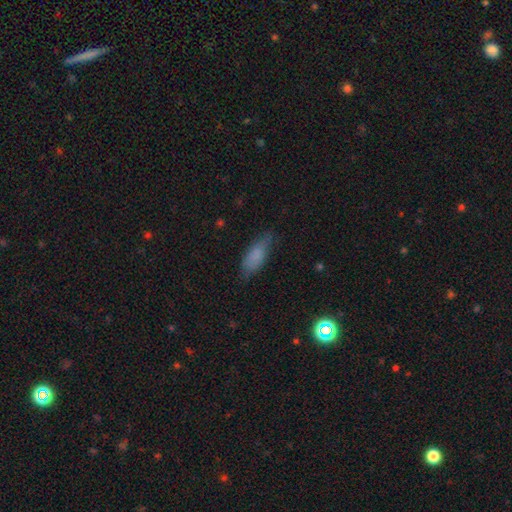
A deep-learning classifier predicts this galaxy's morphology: Q: Smooth or featured?
A: smooth (79%); runner-up: featured or disk (13%)
Q: How rounded?
A: in between (70%); runner-up: cigar-shaped (27%)
Q: Merging?
A: none (66%); runner-up: minor disturbance (26%)